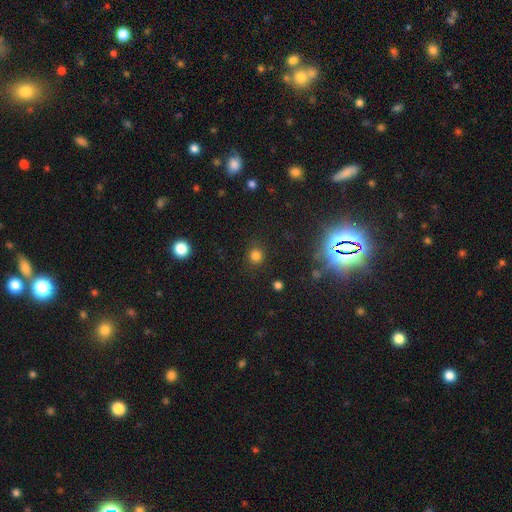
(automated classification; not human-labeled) smooth_or_featured: smooth (p=0.78) [alt: star or artifact p=0.18]
how_rounded: round (p=0.90) [alt: in between p=0.09]
merging: none (p=0.86) [alt: minor disturbance p=0.09]